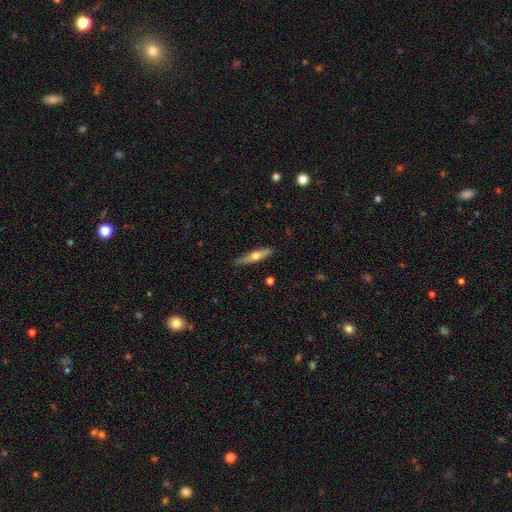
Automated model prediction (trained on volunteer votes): Smooth or featured?
  - smooth: 52% *
  - featured or disk: 42%
  - star or artifact: 6%
How rounded?
  - cigar-shaped: 80% *
  - in between: 18%
  - round: 2%
Merging?
  - none: 83% *
  - minor disturbance: 13%
  - major disturbance: 2%
  - merger: 1%